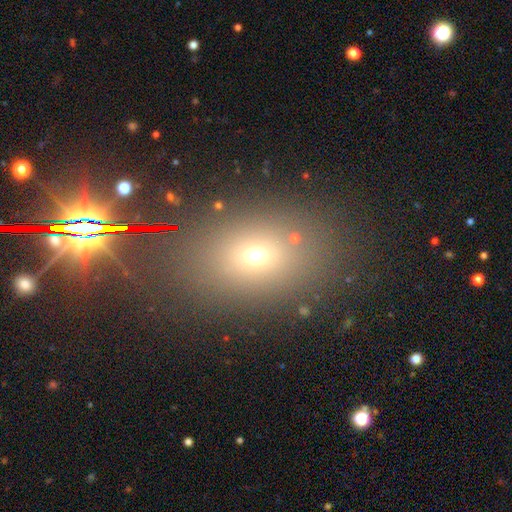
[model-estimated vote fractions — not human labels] A smooth galaxy with no disk features (59%) that is in between round and cigar-shaped (60%). Merging: none (80%).